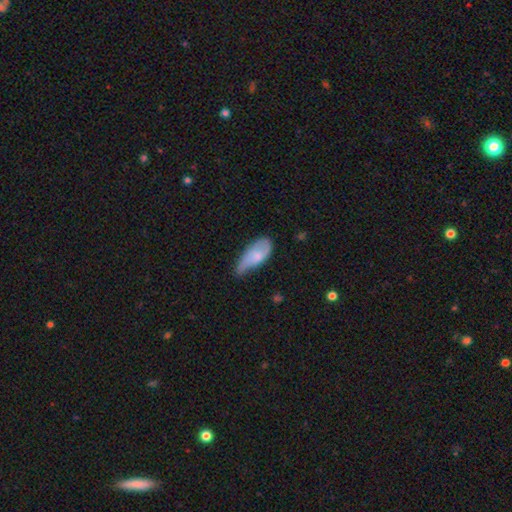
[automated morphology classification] Q: Smooth or featured?
A: smooth (64%); runner-up: featured or disk (29%)
Q: How rounded?
A: in between (87%); runner-up: cigar-shaped (11%)
Q: Merging?
A: minor disturbance (49%); runner-up: none (26%)